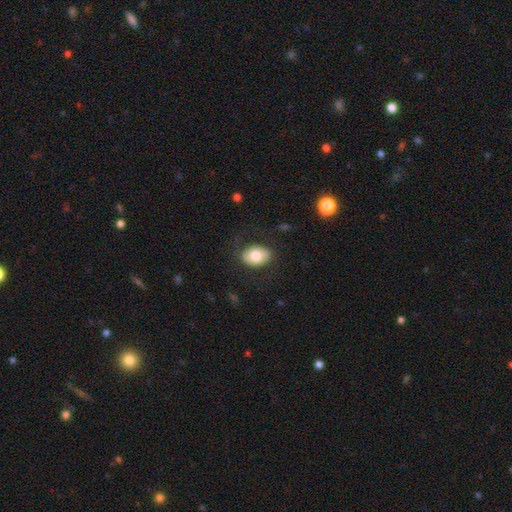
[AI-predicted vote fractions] The model was most divided on "how rounded": in between: 74%, round: 25%, cigar-shaped: 1%. More confident: merging — none (75%); smooth or featured — smooth (72%).